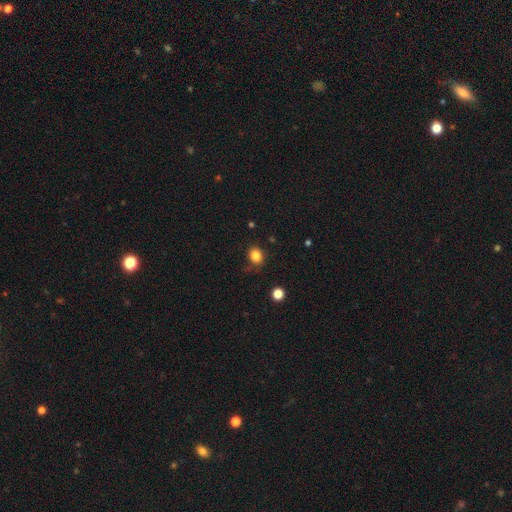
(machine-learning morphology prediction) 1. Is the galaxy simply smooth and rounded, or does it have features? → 83% smooth, 12% star or artifact, 5% featured or disk.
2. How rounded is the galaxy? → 63% round, 37% in between, 1% cigar-shaped.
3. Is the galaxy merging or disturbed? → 78% none, 16% minor disturbance, 4% major disturbance, 2% merger.